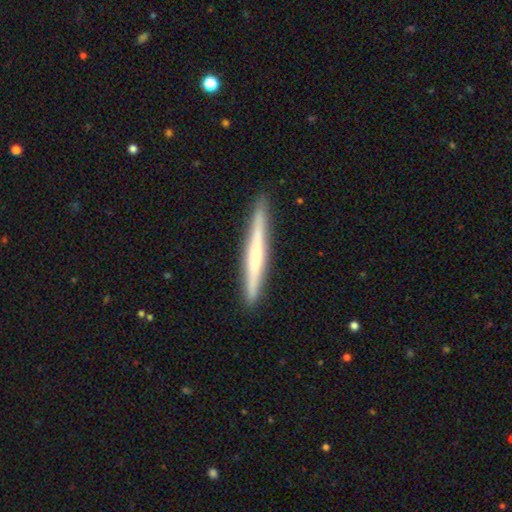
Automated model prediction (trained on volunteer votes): Morphology: type=featured or disk (53%); edge-on=yes (97%); edge-on bulge=none (63%); merging=none (91%).